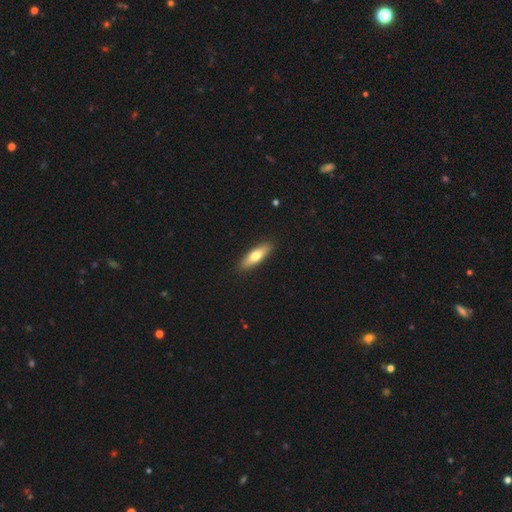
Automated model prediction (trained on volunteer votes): A smooth galaxy with no disk features (68%) that is cigar-shaped (54%). Merging: none (90%).